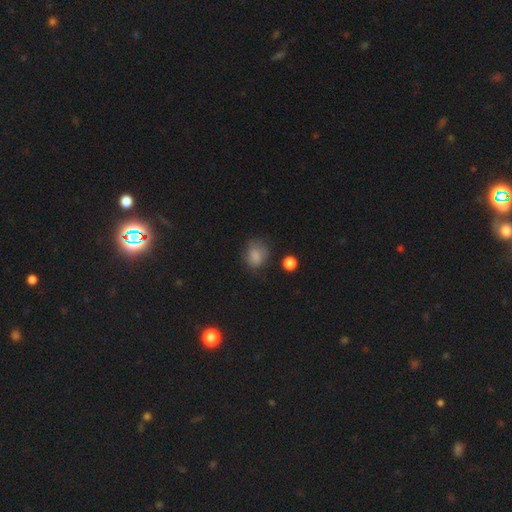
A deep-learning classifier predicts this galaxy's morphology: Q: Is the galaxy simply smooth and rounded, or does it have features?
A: smooth — 79%.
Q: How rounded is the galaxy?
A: round — 60%.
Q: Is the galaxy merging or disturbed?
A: none — 62%.